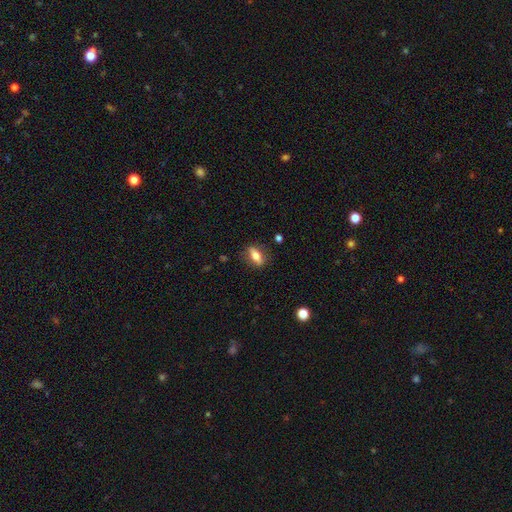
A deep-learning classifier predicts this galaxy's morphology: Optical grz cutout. It shows a smooth galaxy with no disk features (65%) that is in between round and cigar-shaped (66%). Merging: none (80%).